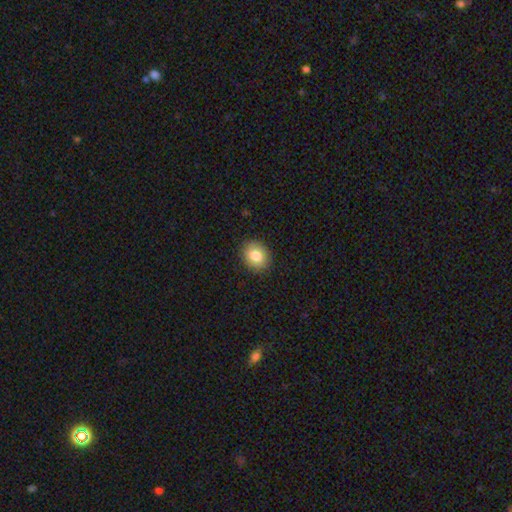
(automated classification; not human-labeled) Overall: smooth (82%). How rounded: round (51%; in between 49%). Merging: none (89%).